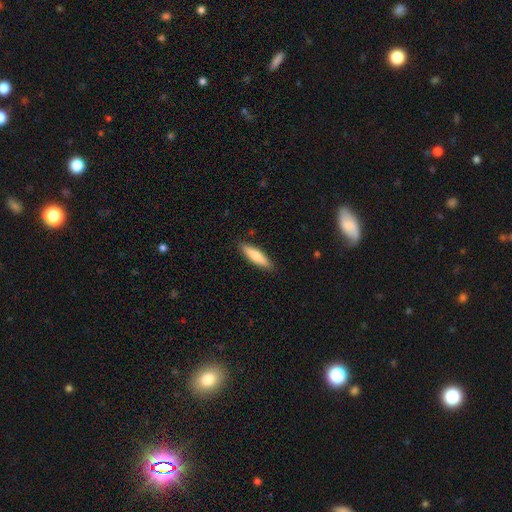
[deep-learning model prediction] Smooth or featured? smooth (69%)
How rounded? cigar-shaped (70%)
Merging? none (88%)